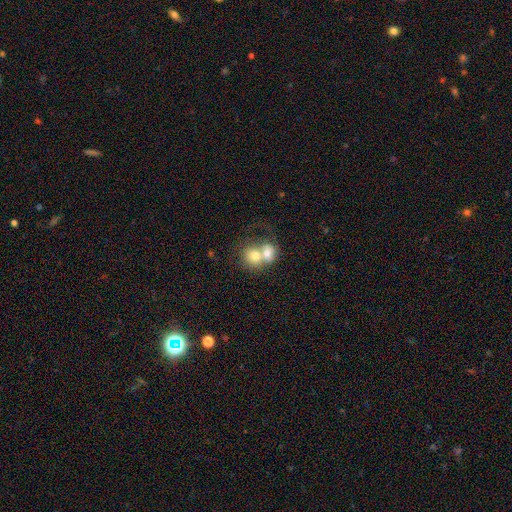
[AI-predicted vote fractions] smooth-or-featured: smooth: 65% | featured or disk: 26% | star or artifact: 9%
  how-rounded: round: 67% | in between: 32% | cigar-shaped: 1%
  merging: merger: 76% | none: 14% | minor disturbance: 5% | major disturbance: 4%